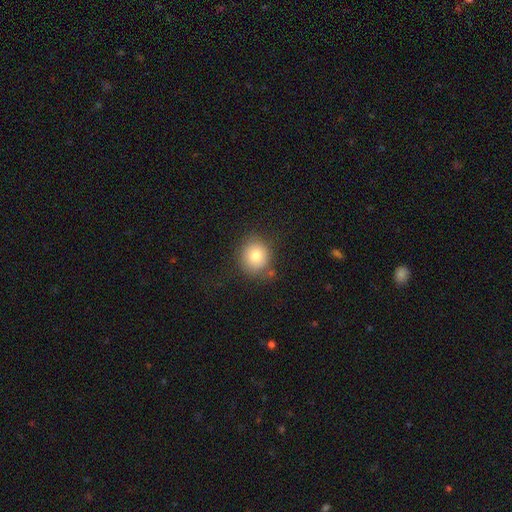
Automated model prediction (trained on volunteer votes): Overall: smooth (80%). How rounded: round (82%). Merging: none (78%).